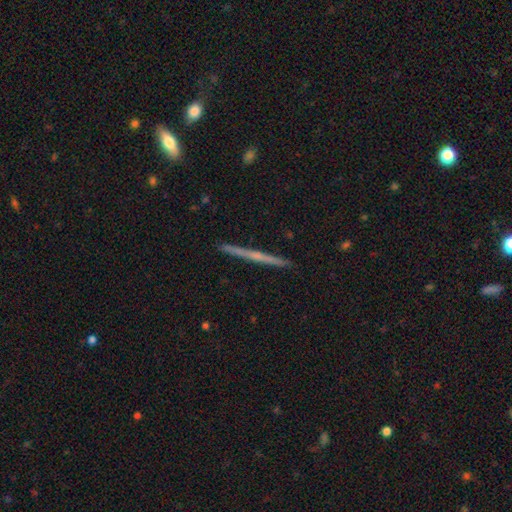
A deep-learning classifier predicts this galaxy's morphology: Smooth or featured? featured or disk (65%)
Edge-on disk? yes (98%)
Edge-on bulge? none (63%)
Merging? none (92%)